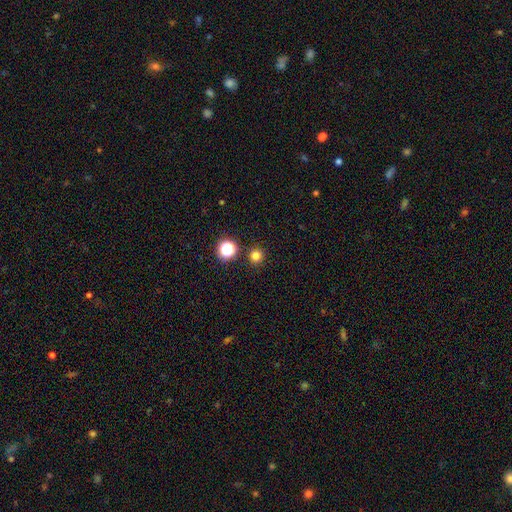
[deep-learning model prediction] This is likely a smooth galaxy (78%). How rounded: clearly round (95%). Merging: clearly none (90%).